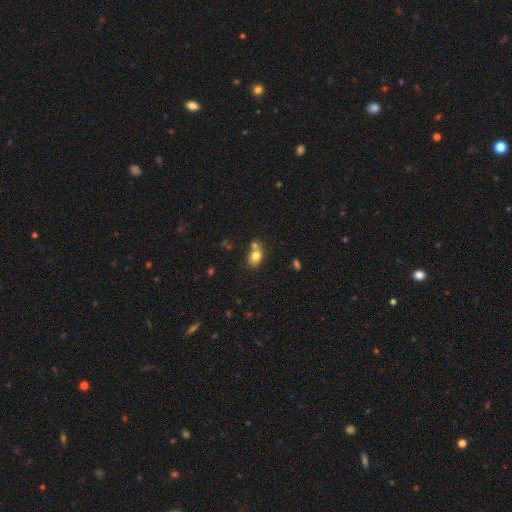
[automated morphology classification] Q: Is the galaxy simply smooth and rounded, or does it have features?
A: smooth — 76%.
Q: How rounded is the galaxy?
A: in between — 66%.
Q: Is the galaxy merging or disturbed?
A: none — 52%.